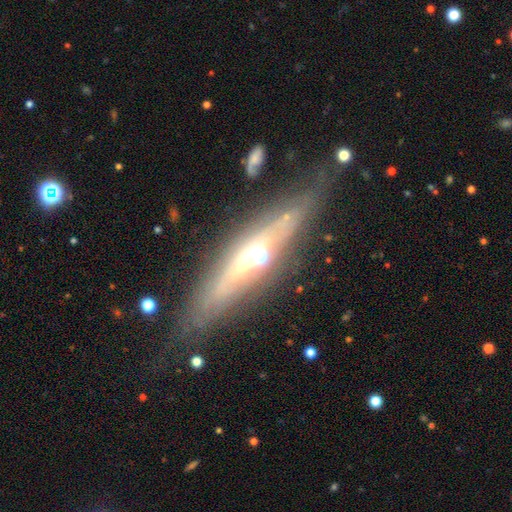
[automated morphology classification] Smooth or featured? featured or disk (75%)
Edge-on disk? yes (79%)
Edge-on bulge? rounded (78%)
Merging? none (73%)